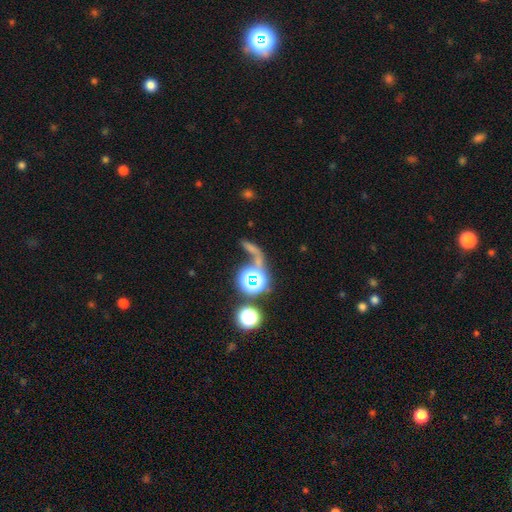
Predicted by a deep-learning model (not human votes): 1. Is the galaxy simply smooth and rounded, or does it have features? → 45% star or artifact, 30% smooth, 25% featured or disk.